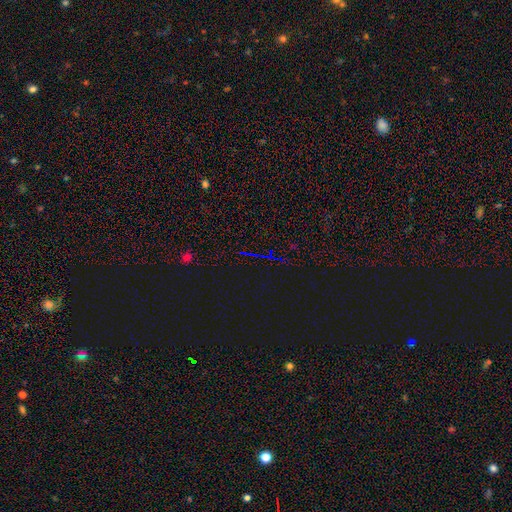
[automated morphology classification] Overall: star or artifact (81%).